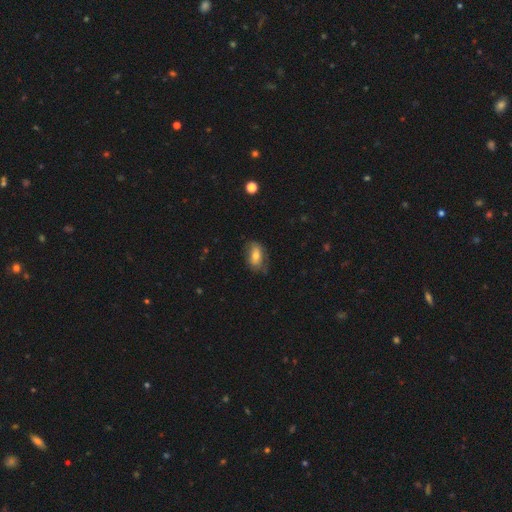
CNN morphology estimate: Smooth or featured? Predicted: smooth (p=0.63). How rounded? Predicted: in between (p=0.87). Merging? Predicted: none (p=0.64).